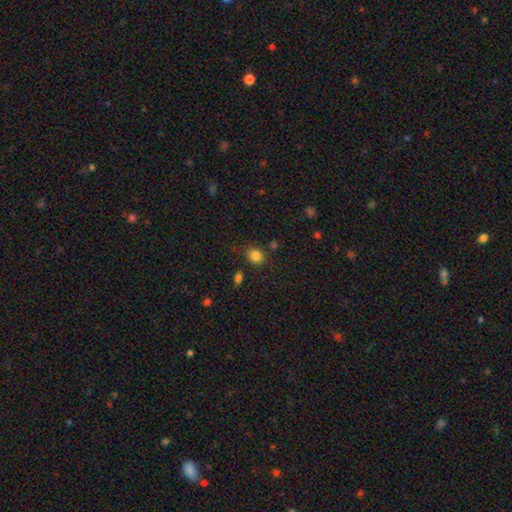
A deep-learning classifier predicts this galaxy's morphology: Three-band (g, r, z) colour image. It shows a smooth galaxy with no disk features (83%) that is round (58%). Merging: none (78%).